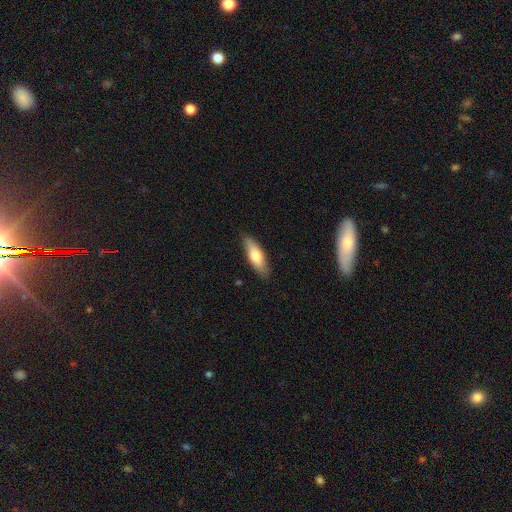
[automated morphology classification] Smooth or featured?
  - smooth: 69% *
  - featured or disk: 26%
  - star or artifact: 5%
How rounded?
  - in between: 52% *
  - cigar-shaped: 46%
  - round: 2%
Merging?
  - none: 86% *
  - minor disturbance: 11%
  - major disturbance: 2%
  - merger: 1%